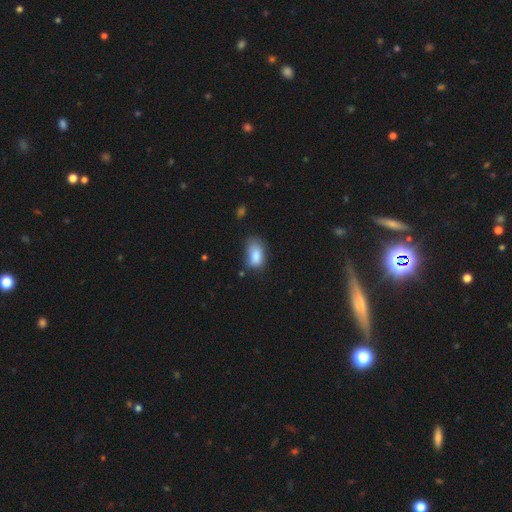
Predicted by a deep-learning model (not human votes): smooth_or_featured: smooth (p=0.82) [alt: featured or disk p=0.09]
how_rounded: in between (p=0.90) [alt: round p=0.08]
merging: none (p=0.49) [alt: minor disturbance p=0.35]